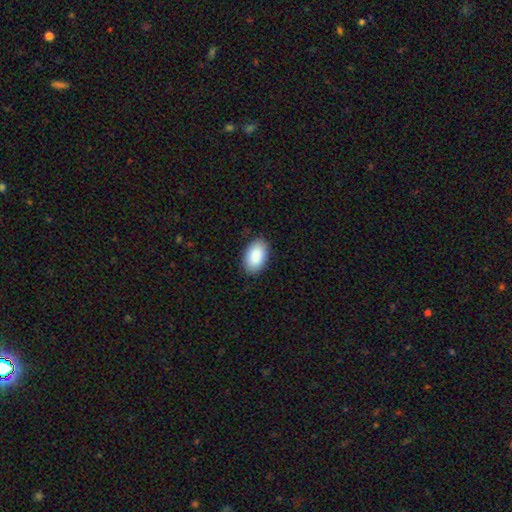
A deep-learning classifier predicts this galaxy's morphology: A smooth galaxy with no disk features (90%) that is in between round and cigar-shaped (95%). Merging: none (87%).